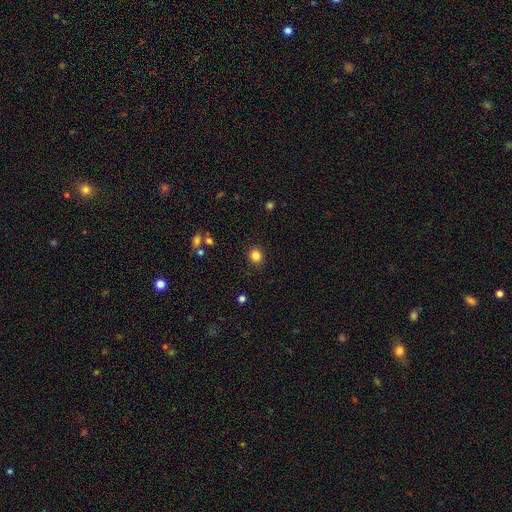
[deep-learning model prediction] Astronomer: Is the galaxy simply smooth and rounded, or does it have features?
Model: smooth — 85%.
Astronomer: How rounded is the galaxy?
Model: round — 87%.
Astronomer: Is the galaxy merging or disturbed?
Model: none — 90%.